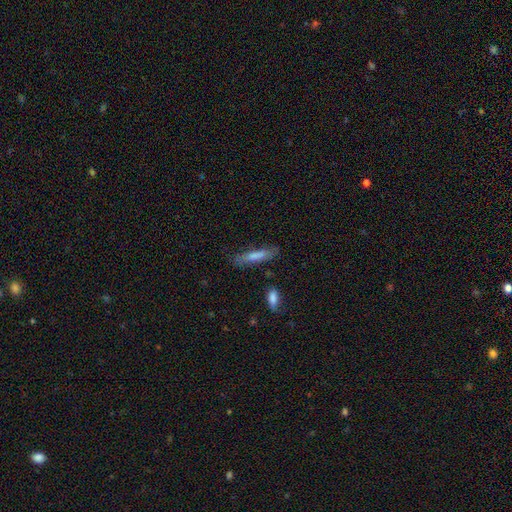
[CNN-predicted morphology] Smooth or featured? Predicted: smooth (p=0.73). How rounded? Predicted: cigar-shaped (p=0.83). Merging? Predicted: none (p=0.74).